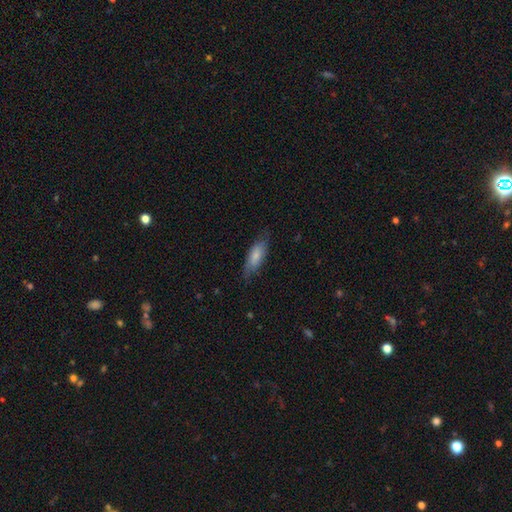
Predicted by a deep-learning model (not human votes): A smooth galaxy with no disk features (68%) that is in between round and cigar-shaped (68%). Merging: none (70%).